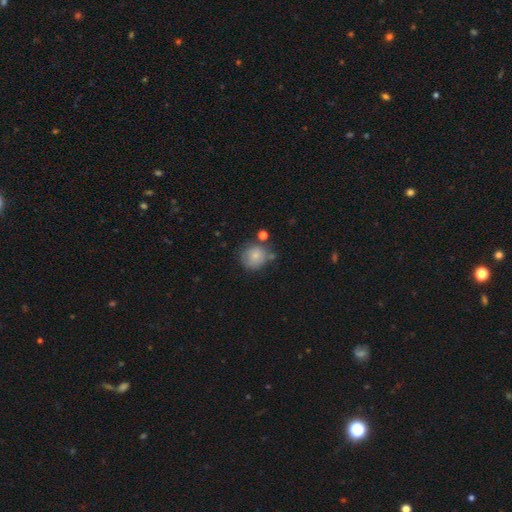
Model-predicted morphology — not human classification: Smooth or featured: smooth — 77% (featured or disk — 14%)
How rounded: round — 84% (in between — 15%)
Merging: none — 59% (minor disturbance — 24%)